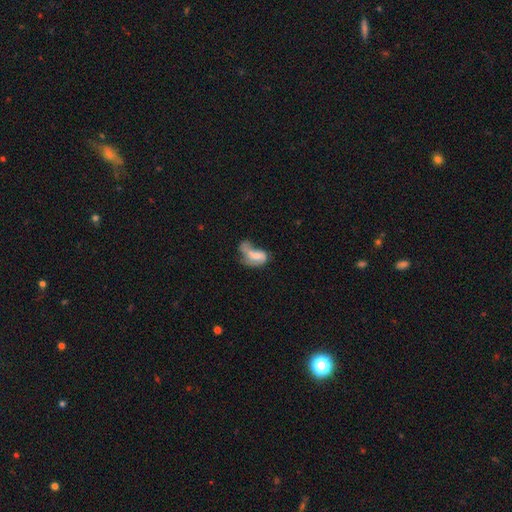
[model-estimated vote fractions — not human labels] The model was most divided on "smooth or featured": smooth: 46%, featured or disk: 45%, star or artifact: 10%. Remaining: merging — major disturbance (37%).